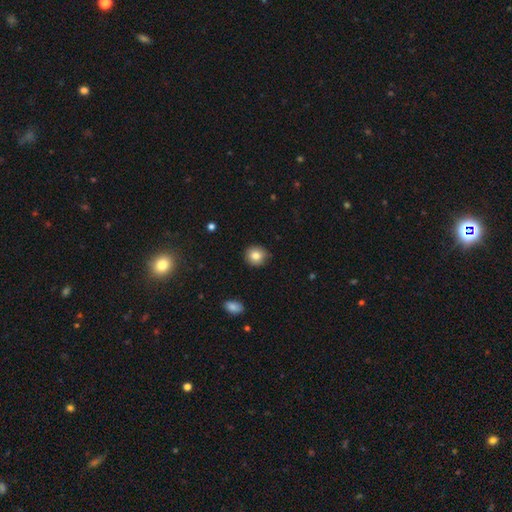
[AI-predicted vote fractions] This is clearly a smooth galaxy (82%). How rounded: clearly round (89%). Merging: clearly none (87%).